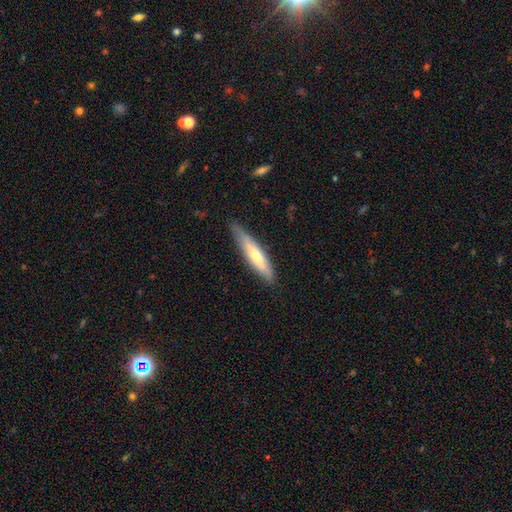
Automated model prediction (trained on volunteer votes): The model was most divided on "smooth or featured": smooth: 52%, featured or disk: 42%, star or artifact: 6%. More confident: how rounded — cigar-shaped (84%); merging — none (82%).